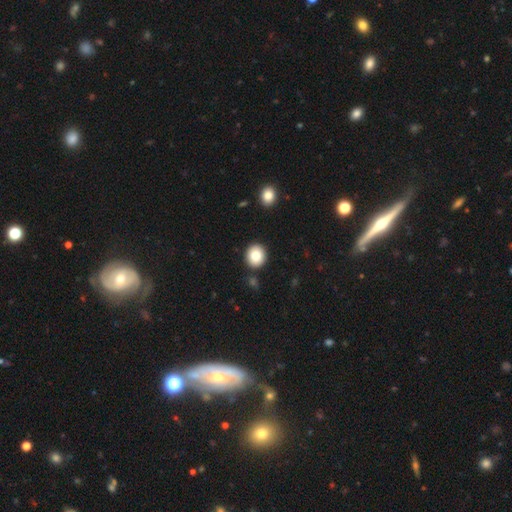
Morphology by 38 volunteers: Overall: smooth (89%). How rounded: round (79%). Merging: none (97%).